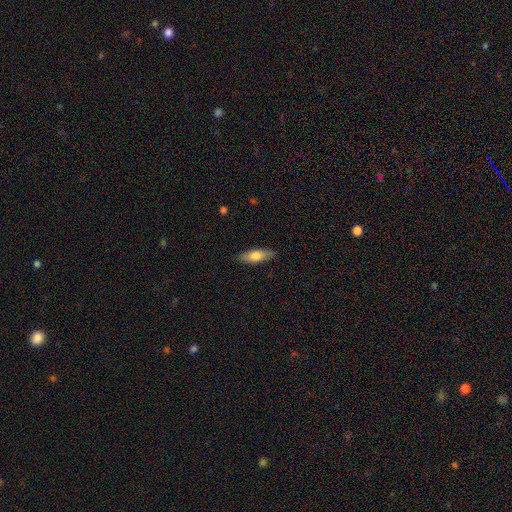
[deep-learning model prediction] Smooth or featured?
  - smooth: 72% *
  - featured or disk: 22%
  - star or artifact: 6%
How rounded?
  - in between: 54% *
  - cigar-shaped: 44%
  - round: 2%
Merging?
  - none: 88% *
  - minor disturbance: 9%
  - major disturbance: 2%
  - merger: 1%